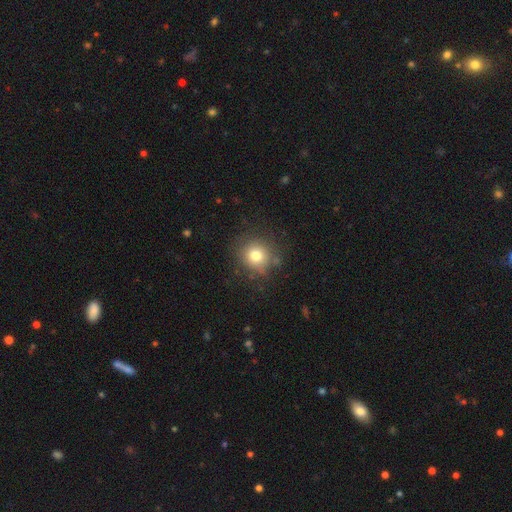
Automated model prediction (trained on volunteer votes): smooth-or-featured: smooth: 77% | star or artifact: 13% | featured or disk: 10%
  how-rounded: round: 91% | in between: 8% | cigar-shaped: 1%
  merging: none: 82% | minor disturbance: 12% | major disturbance: 4% | merger: 2%